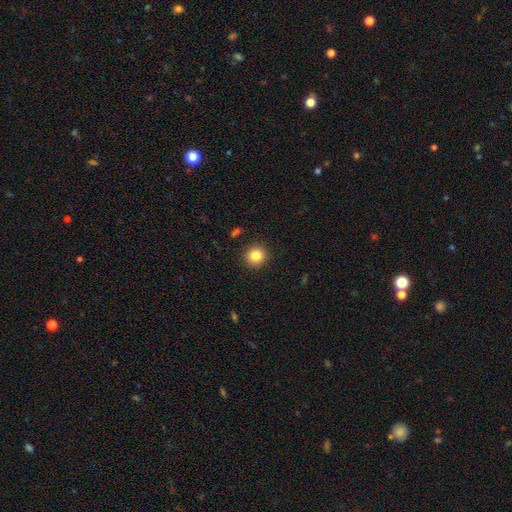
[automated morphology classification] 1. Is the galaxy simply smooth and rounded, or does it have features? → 83% smooth, 11% star or artifact, 6% featured or disk.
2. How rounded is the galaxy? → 90% round, 9% in between, 1% cigar-shaped.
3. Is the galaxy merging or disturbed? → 91% none, 6% minor disturbance, 2% major disturbance, 1% merger.